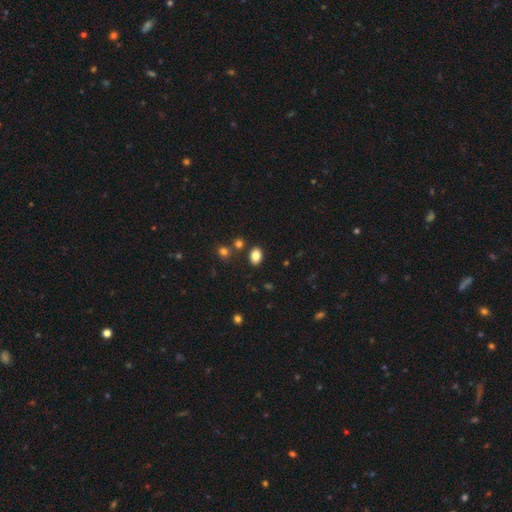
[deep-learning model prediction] A smooth galaxy with no disk features (84%) that is in between round and cigar-shaped (78%). Merging: none (82%).